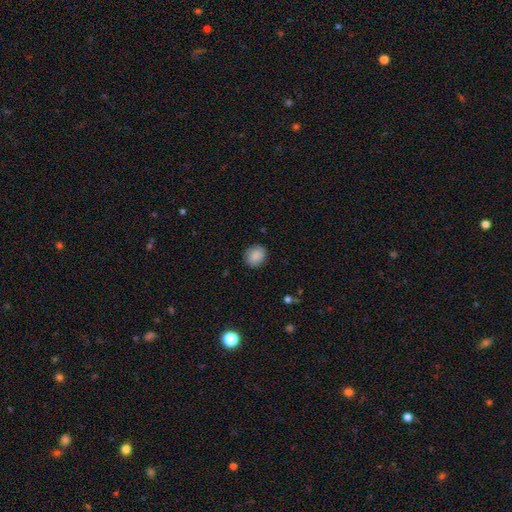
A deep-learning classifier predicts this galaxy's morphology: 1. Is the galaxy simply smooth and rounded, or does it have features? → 88% smooth, 8% star or artifact, 5% featured or disk.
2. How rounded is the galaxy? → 70% round, 29% in between, 1% cigar-shaped.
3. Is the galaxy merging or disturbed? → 86% none, 11% minor disturbance, 3% major disturbance, 1% merger.